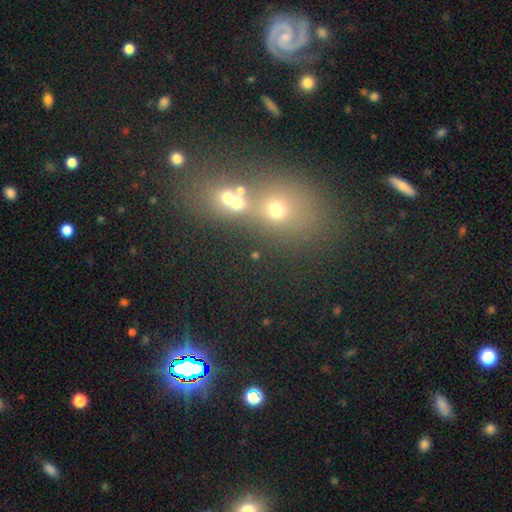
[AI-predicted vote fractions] smooth_or_featured: smooth (p=0.53) [alt: star or artifact p=0.32]
how_rounded: round (p=0.63) [alt: in between p=0.33]
merging: none (p=0.50) [alt: merger p=0.35]